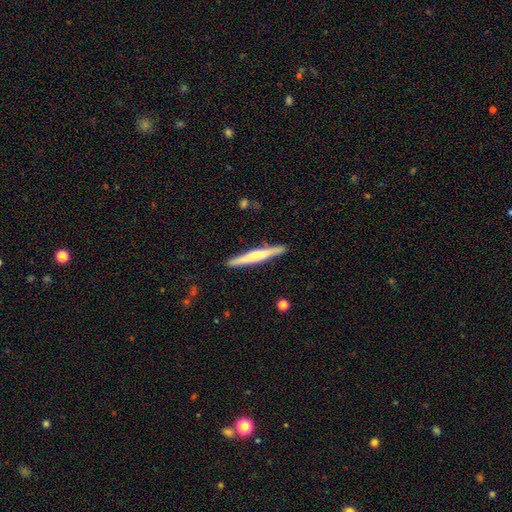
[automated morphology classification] Smooth or featured?
  - featured or disk: 51% *
  - smooth: 43%
  - star or artifact: 5%
Edge-on disk?
  - yes: 97% *
  - no: 3%
Merging?
  - none: 89% *
  - minor disturbance: 8%
  - major disturbance: 1%
  - merger: 1%